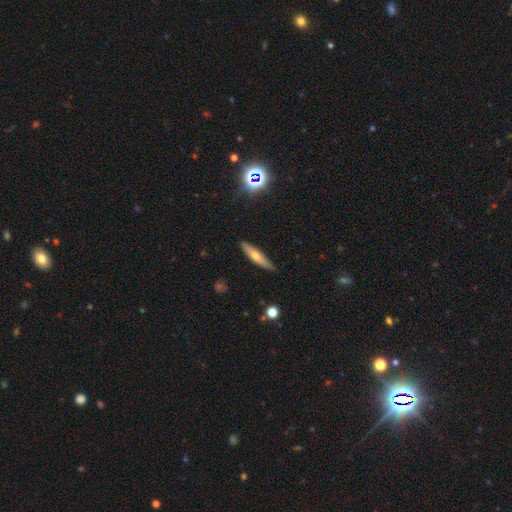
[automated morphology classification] Q: Smooth or featured?
A: smooth (51%); runner-up: featured or disk (41%)
Q: How rounded?
A: cigar-shaped (83%); runner-up: in between (15%)
Q: Merging?
A: none (84%); runner-up: minor disturbance (12%)